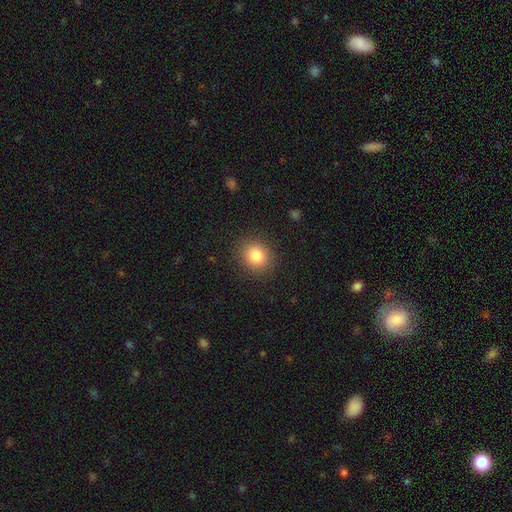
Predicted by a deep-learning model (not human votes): smooth_or_featured: smooth (p=0.82) [alt: star or artifact p=0.11]
how_rounded: round (p=0.81) [alt: in between p=0.18]
merging: none (p=0.89) [alt: minor disturbance p=0.07]